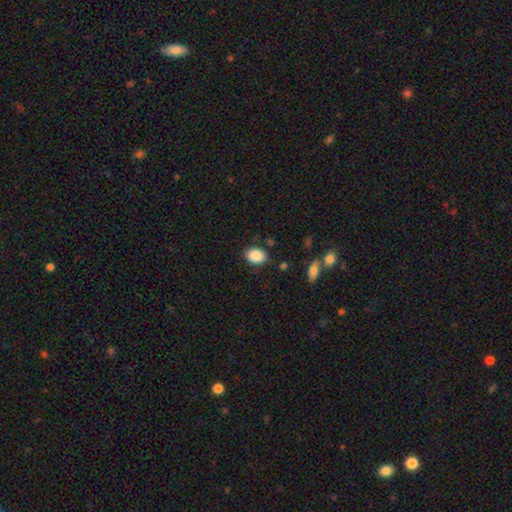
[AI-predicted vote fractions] Smooth or featured: smooth — 89% (star or artifact — 8%)
How rounded: in between — 74% (round — 25%)
Merging: none — 81% (minor disturbance — 13%)